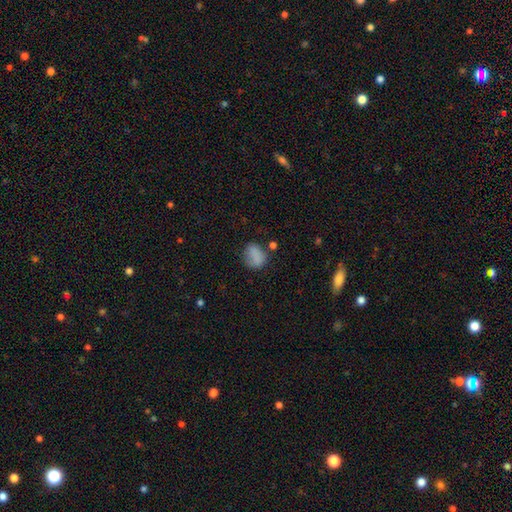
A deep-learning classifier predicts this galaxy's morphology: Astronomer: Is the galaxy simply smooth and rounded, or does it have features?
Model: smooth — 80%.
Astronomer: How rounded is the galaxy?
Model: round — 58% (runner-up: in between, 40%).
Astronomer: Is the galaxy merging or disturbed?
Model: none — 61%.